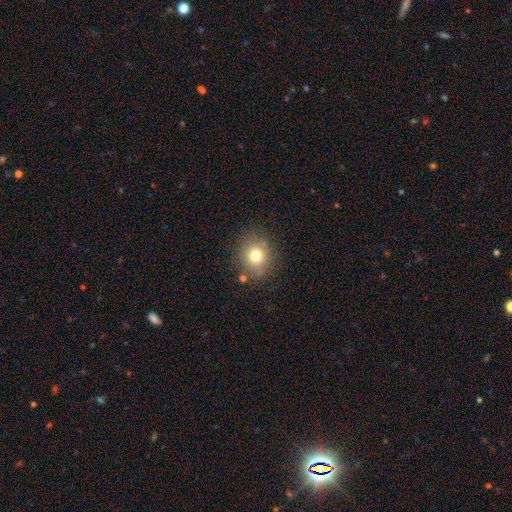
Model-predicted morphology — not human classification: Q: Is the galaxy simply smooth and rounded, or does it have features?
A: smooth — 76%.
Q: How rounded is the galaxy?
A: round — 75%.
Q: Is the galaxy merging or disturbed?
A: none — 80%.